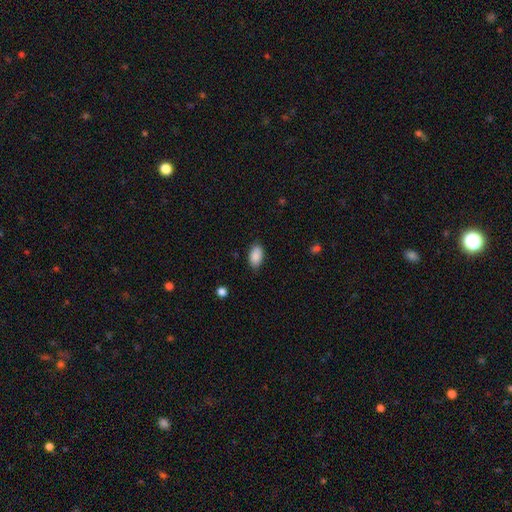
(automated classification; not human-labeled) Smooth or featured: smooth — 89% (star or artifact — 7%)
How rounded: in between — 93% (round — 5%)
Merging: none — 83% (minor disturbance — 13%)